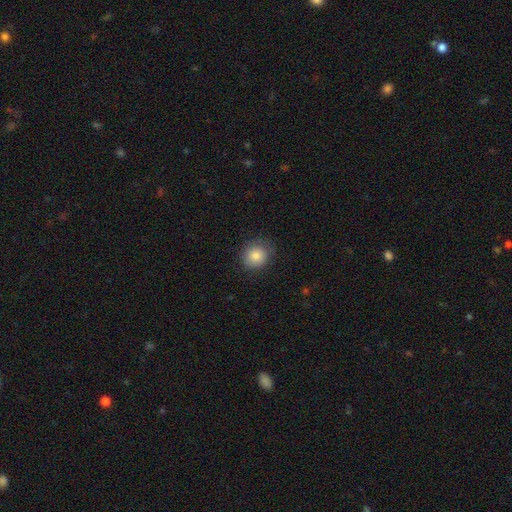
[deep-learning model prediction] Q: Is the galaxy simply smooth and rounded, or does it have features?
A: smooth — 84%.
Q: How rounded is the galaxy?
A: round — 83%.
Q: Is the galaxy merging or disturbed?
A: none — 81%.